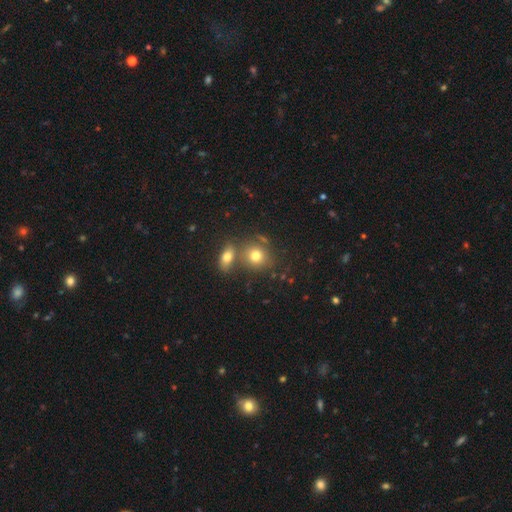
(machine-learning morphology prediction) A smooth galaxy with no disk features (75%) that is round (70%). Merging: none (54%).